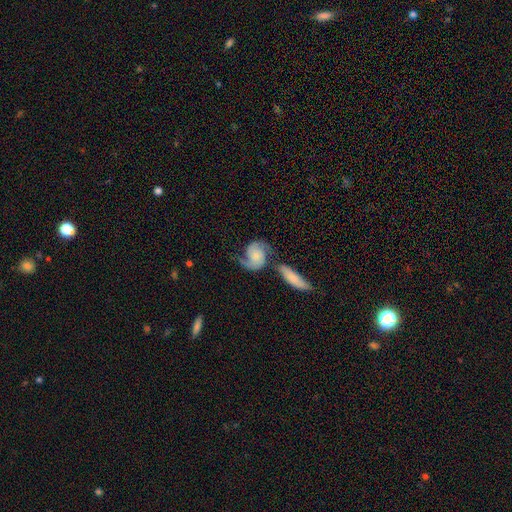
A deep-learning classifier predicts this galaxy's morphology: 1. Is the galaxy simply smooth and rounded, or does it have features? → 77% featured or disk, 17% smooth, 6% star or artifact.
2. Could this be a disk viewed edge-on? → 97% no, 3% yes.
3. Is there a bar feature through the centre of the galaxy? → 73% no, 22% weak, 5% strong.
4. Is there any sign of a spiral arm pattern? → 96% yes, 4% no.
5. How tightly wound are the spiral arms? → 44% medium, 37% loose, 19% tight.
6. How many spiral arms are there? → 90% 2, 3% 1, 3% can't tell, 1% 3, 1% 4, 1% more than 4.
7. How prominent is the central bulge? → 38% small, 26% moderate, 22% none, 10% large, 4% dominant.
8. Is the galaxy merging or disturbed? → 47% none, 25% merger, 18% minor disturbance, 10% major disturbance.